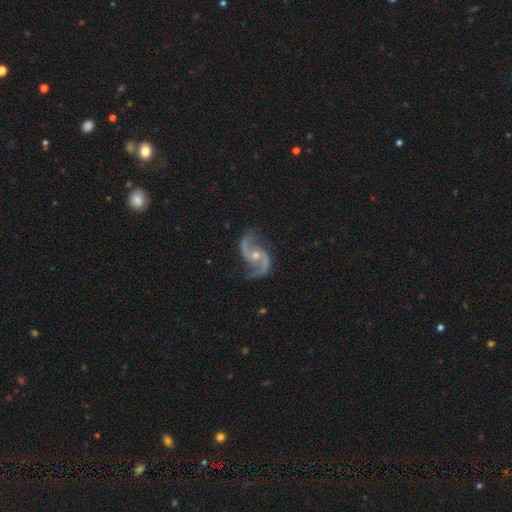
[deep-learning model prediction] Smooth or featured?
  - featured or disk: 93% *
  - star or artifact: 4%
  - smooth: 3%
Edge-on disk?
  - no: 98% *
  - yes: 2%
Bar?
  - no: 60% *
  - weak: 31%
  - strong: 9%
Spiral arms?
  - yes: 98% *
  - no: 2%
Spiral winding?
  - loose: 55% *
  - medium: 38%
  - tight: 7%
Spiral arm count?
  - 2: 94% *
  - can't tell: 1%
  - 3: 1%
  - 1: 1%
  - 4: 1%
  - more than 4: 1%
Bulge size?
  - small: 53% *
  - moderate: 43%
  - none: 2%
  - large: 1%
  - dominant: 1%
Merging?
  - none: 79% *
  - minor disturbance: 14%
  - major disturbance: 5%
  - merger: 2%